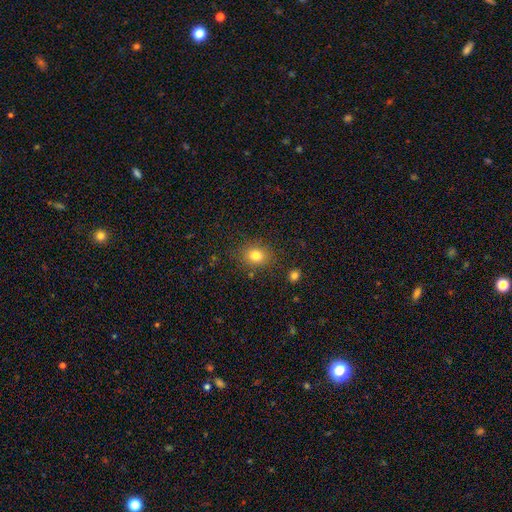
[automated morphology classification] Overall: smooth (80%). How rounded: round (60%; in between 39%). Merging: none (84%).